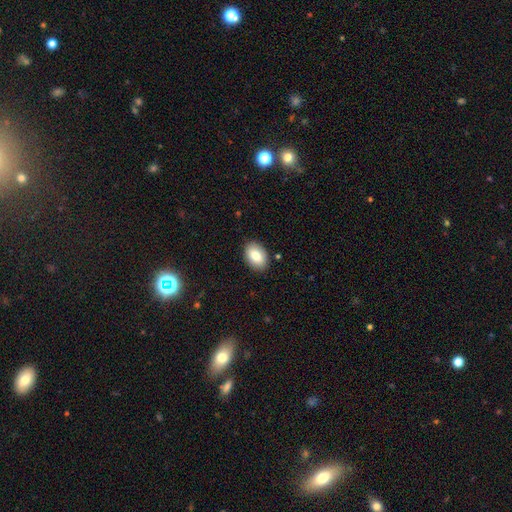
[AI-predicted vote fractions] Morphology: type=smooth (83%); roundness=in between (85%); merging=none (88%).